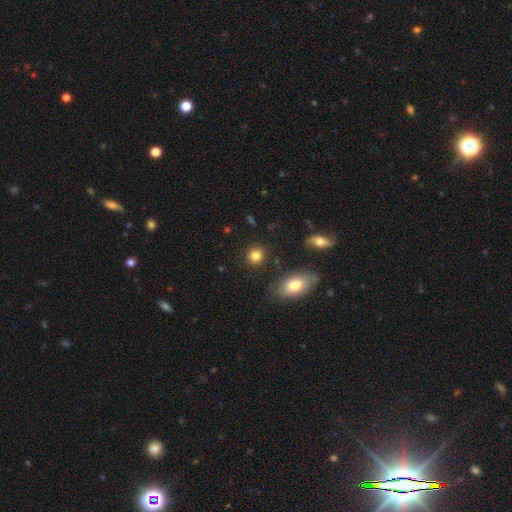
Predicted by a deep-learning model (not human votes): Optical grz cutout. It shows a smooth galaxy with no disk features (84%) that is round (85%). Merging: none (89%).